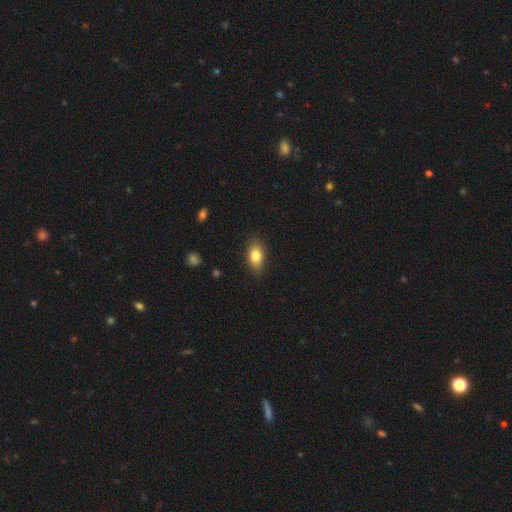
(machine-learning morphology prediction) smooth 81%, featured or disk 11%, star or artifact 8%. Down the decision tree: how rounded — in between (86%); merging — none (85%).